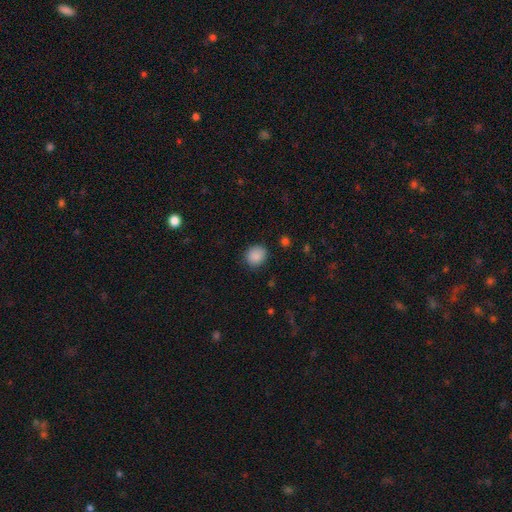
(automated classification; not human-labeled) This is clearly a smooth galaxy (88%). How rounded: likely round (76%). Merging: clearly none (85%).